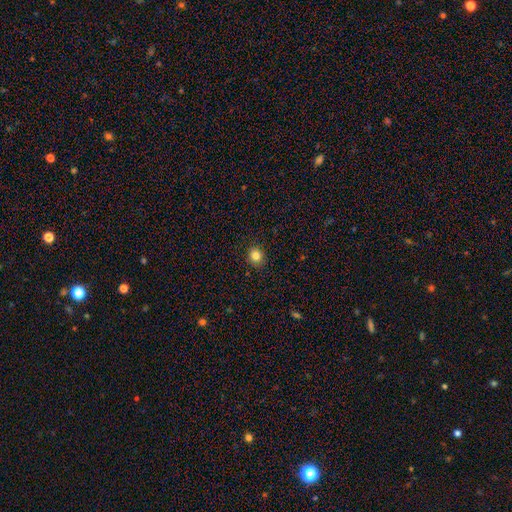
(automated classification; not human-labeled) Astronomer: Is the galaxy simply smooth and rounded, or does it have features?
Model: smooth — 83%.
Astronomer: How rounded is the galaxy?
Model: round — 86%.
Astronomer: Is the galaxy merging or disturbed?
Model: none — 91%.